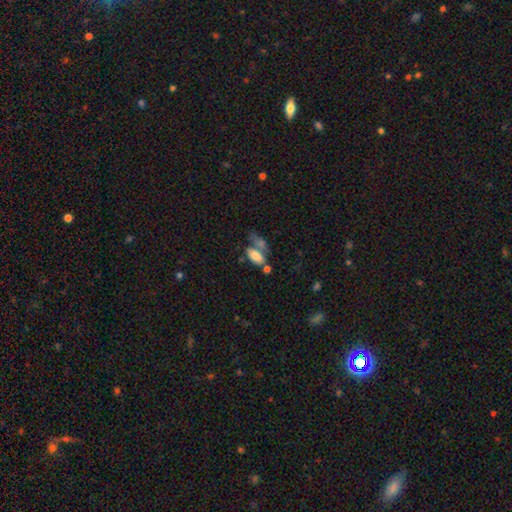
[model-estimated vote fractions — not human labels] smooth_or_featured: smooth (p=0.77) [alt: featured or disk p=0.15]
how_rounded: in between (p=0.89) [alt: cigar-shaped p=0.08]
merging: merger (p=0.39) [alt: none p=0.33]